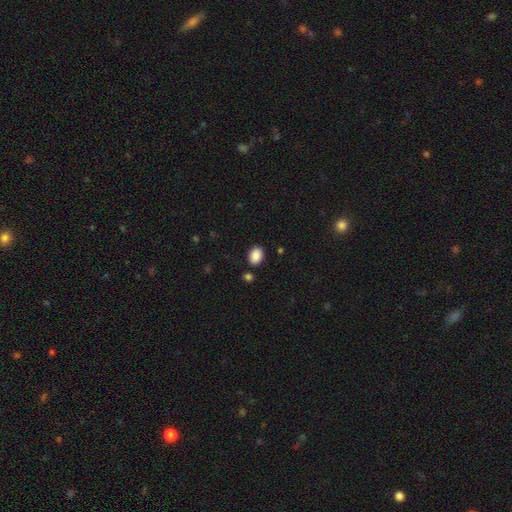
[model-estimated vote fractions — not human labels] smooth_or_featured: smooth (p=0.88) [alt: star or artifact p=0.08]
how_rounded: in between (p=0.69) [alt: round p=0.30]
merging: none (p=0.84) [alt: minor disturbance p=0.09]